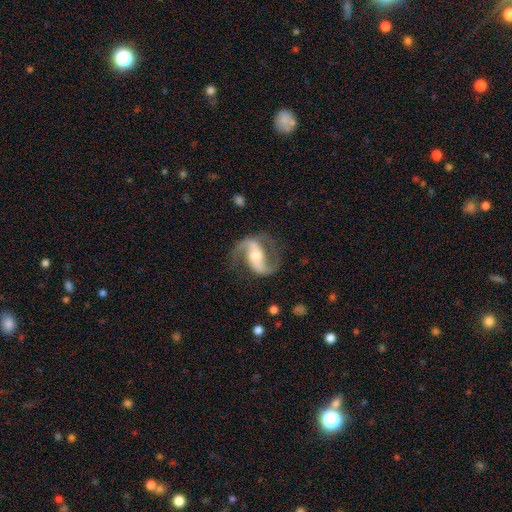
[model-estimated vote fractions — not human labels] The model was most divided on "bar": strong: 40%, weak: 35%, no: 25%. Remaining: spiral arms — yes (97%); edge-on disk — no (97%); spiral arm count — 2 (94%); smooth or featured — featured or disk (91%); merging — none (77%); bulge size — moderate (56%); spiral winding — loose (48%).